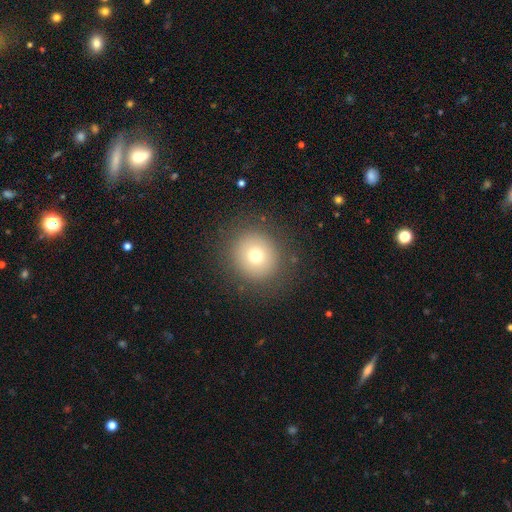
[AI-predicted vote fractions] smooth 71%, featured or disk 15%, star or artifact 14%. Down the decision tree: how rounded — round (90%); merging — none (87%).